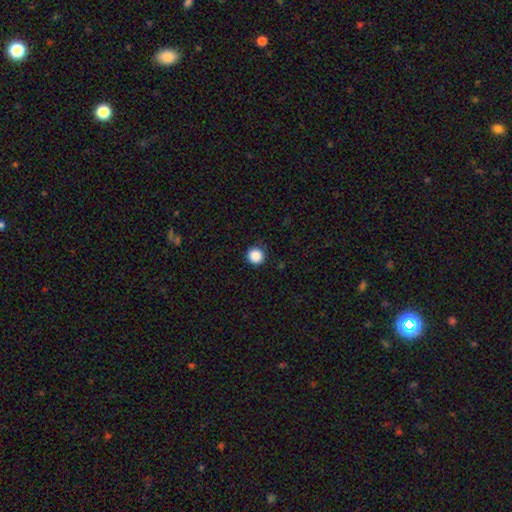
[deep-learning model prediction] Smooth or featured? Predicted: smooth (p=0.88). How rounded? Predicted: round (p=0.95). Merging? Predicted: none (p=0.91).